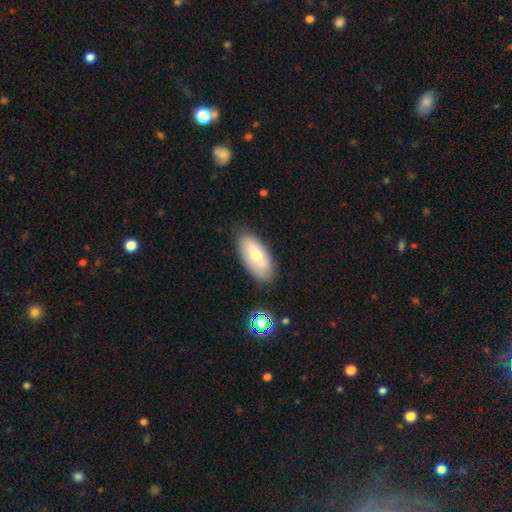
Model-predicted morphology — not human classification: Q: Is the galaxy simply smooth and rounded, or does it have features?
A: smooth — 58%.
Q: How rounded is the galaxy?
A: in between — 91%.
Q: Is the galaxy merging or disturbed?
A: none — 82%.